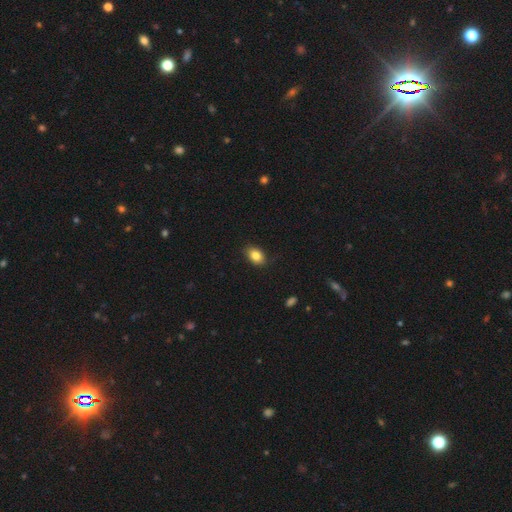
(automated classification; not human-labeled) Overall: smooth (84%). How rounded: in between (79%). Merging: none (85%).